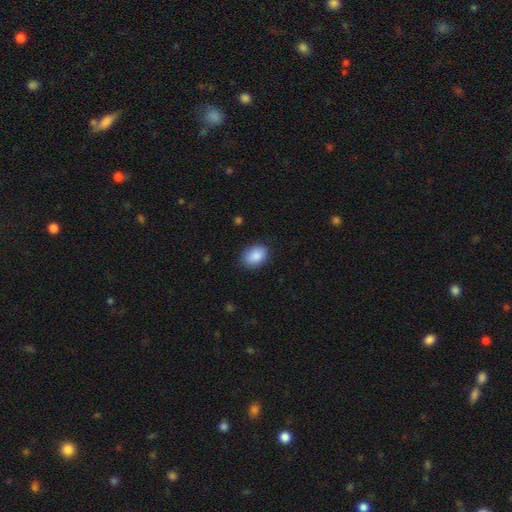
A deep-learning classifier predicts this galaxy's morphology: type=smooth (88%); roundness=in between (78%); merging=none (84%).